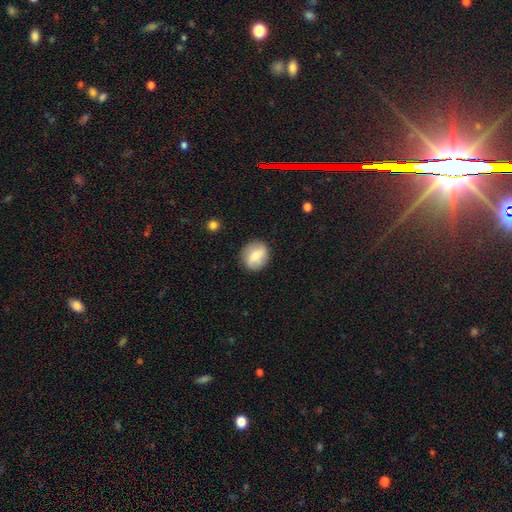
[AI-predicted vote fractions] A smooth galaxy with no disk features (61%) that is round (80%). Merging: none (87%).